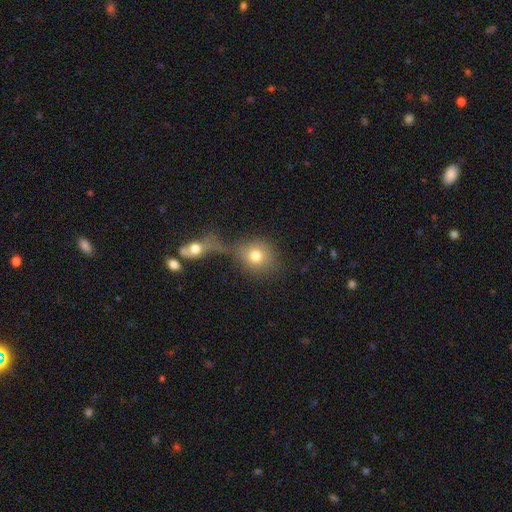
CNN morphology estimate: Q: Smooth or featured?
A: smooth (75%); runner-up: featured or disk (14%)
Q: How rounded?
A: round (76%); runner-up: in between (22%)
Q: Merging?
A: merger (41%); runner-up: none (39%)